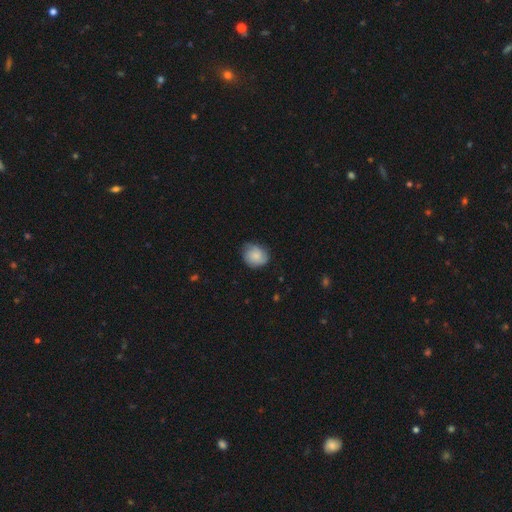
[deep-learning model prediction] smooth-or-featured: smooth: 71% | featured or disk: 22% | star or artifact: 7%
  how-rounded: round: 64% | in between: 35% | cigar-shaped: 1%
  merging: none: 66% | minor disturbance: 27% | major disturbance: 6% | merger: 1%